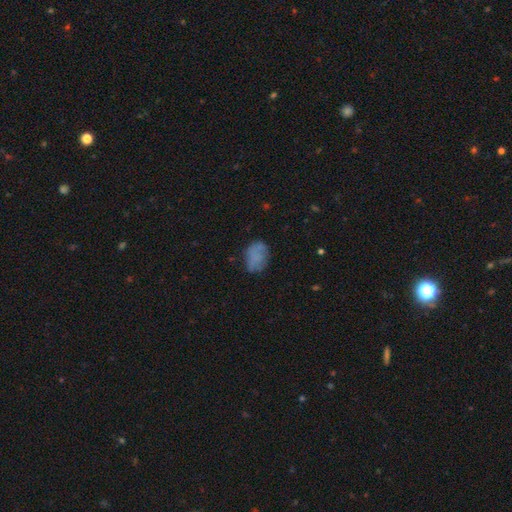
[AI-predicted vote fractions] A smooth galaxy with no disk features (69%) that is in between round and cigar-shaped (71%).

Vote fractions:
- Smooth or featured? smooth: 69% / featured or disk: 20% / star or artifact: 10%
- How rounded? in between: 71% / round: 28% / cigar-shaped: 1%
- Merging? none: 60% / minor disturbance: 26% / major disturbance: 11% / merger: 3%